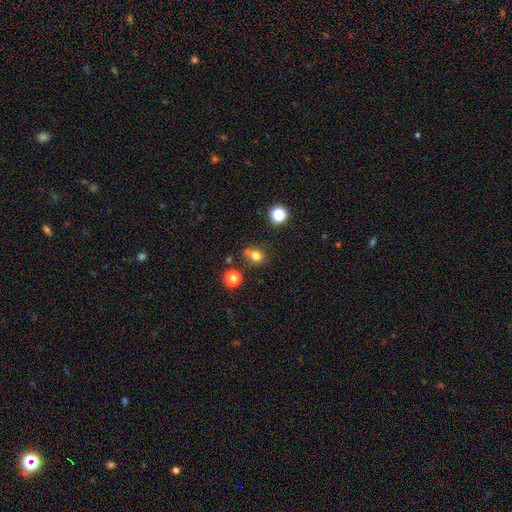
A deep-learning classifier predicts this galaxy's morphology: smooth_or_featured: smooth (p=0.76) [alt: star or artifact p=0.16]
how_rounded: round (p=0.67) [alt: in between p=0.32]
merging: none (p=0.62) [alt: minor disturbance p=0.18]